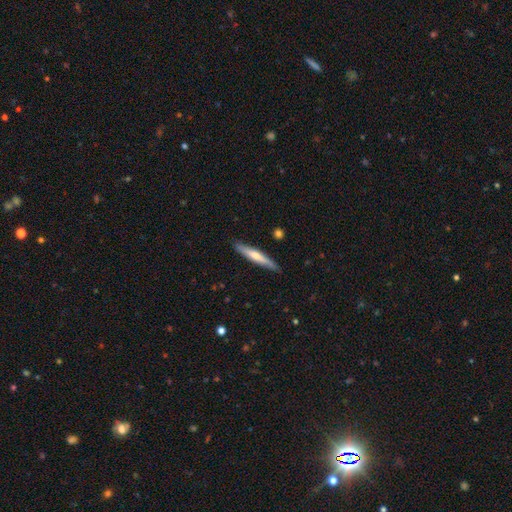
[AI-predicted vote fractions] smooth 51%, featured or disk 43%, star or artifact 5%. Down the decision tree: how rounded — cigar-shaped (93%); merging — none (87%).